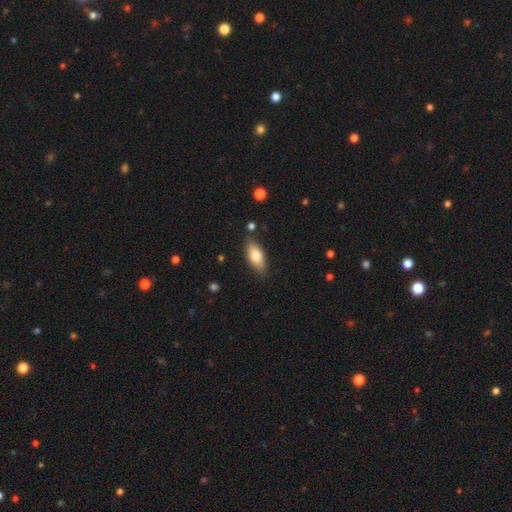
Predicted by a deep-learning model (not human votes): A smooth galaxy with no disk features (75%) that is in between round and cigar-shaped (82%). Merging: none (83%).